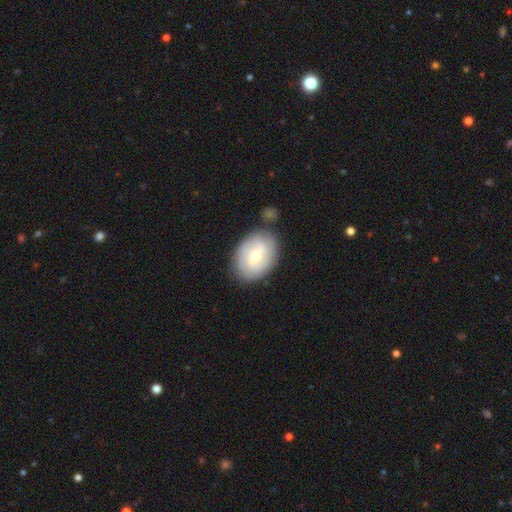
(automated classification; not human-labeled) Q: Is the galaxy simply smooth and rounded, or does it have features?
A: featured or disk — 63%.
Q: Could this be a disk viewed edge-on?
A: no — 96%.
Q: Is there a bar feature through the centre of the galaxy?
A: weak — 55%.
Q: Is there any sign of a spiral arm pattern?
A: yes — 82%.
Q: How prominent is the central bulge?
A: moderate — 61%.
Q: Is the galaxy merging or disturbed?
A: none — 77%.